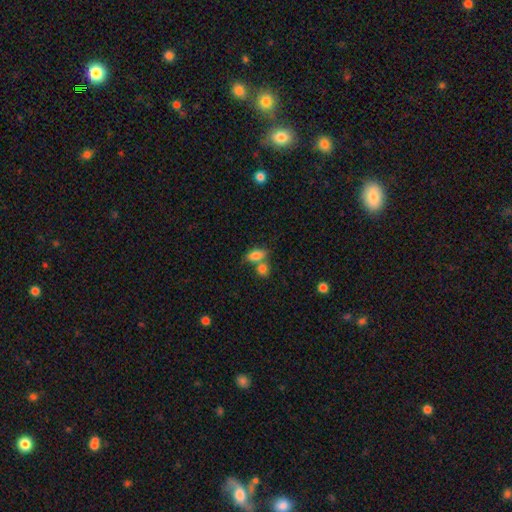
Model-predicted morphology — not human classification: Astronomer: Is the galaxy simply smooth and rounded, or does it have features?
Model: smooth — 80%.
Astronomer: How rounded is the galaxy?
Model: in between — 83%.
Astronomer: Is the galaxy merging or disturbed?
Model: none — 42% (runner-up: merger, 41%).